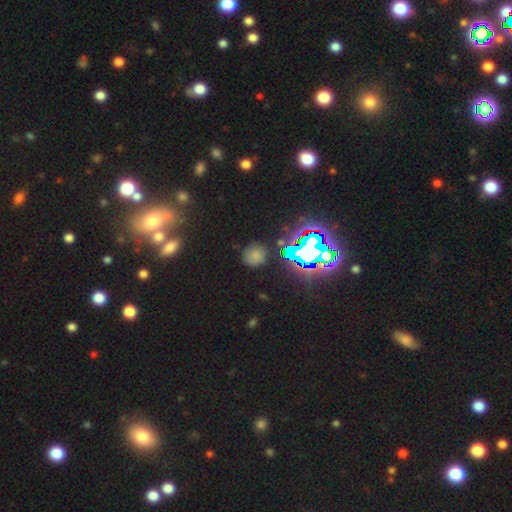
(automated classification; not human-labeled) Smooth or featured: smooth — 54% (star or artifact — 36%)
How rounded: round — 87% (in between — 12%)
Merging: none — 83% (minor disturbance — 11%)